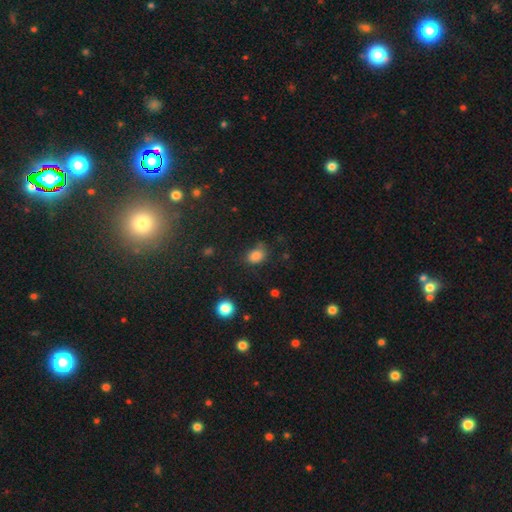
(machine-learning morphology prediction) A smooth galaxy with no disk features (82%) that is in between round and cigar-shaped (63%). Merging: none (60%).